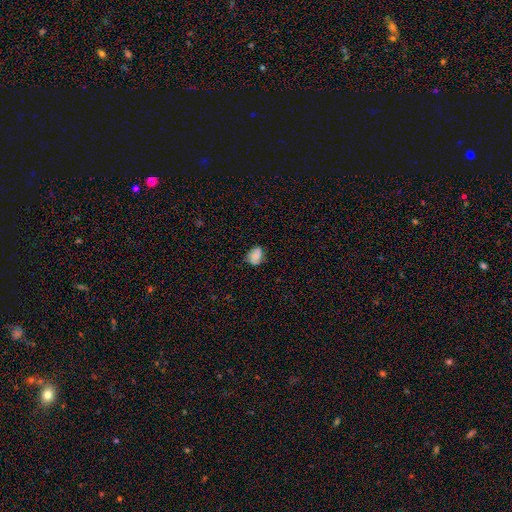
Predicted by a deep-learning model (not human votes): smooth-or-featured: smooth: 72% | featured or disk: 16% | star or artifact: 12%
  how-rounded: in between: 65% | round: 34% | cigar-shaped: 1%
  merging: none: 70% | minor disturbance: 23% | major disturbance: 6% | merger: 2%